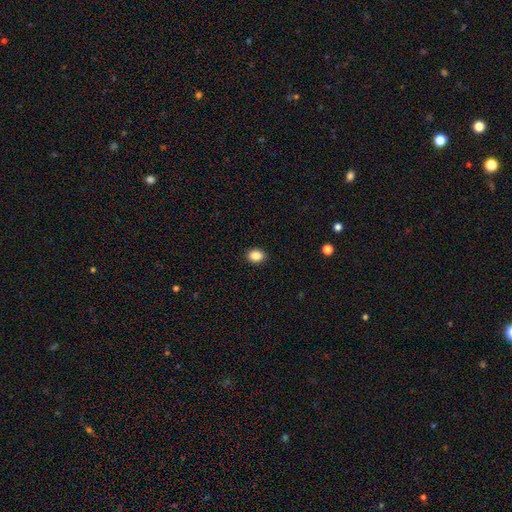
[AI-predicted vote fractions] smooth_or_featured: smooth (p=0.87) [alt: star or artifact p=0.09]
how_rounded: in between (p=0.60) [alt: round p=0.39]
merging: none (p=0.91) [alt: minor disturbance p=0.06]